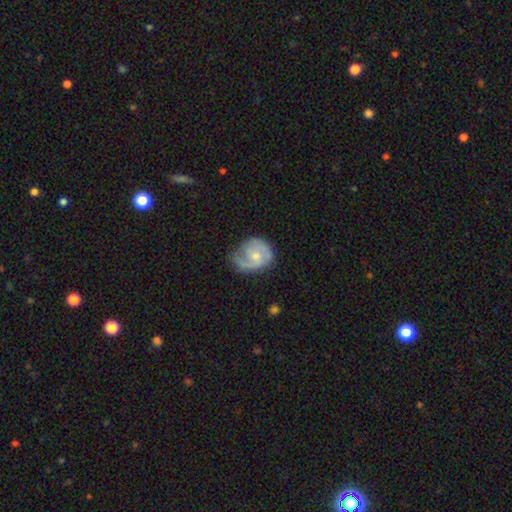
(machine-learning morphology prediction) Smooth or featured: featured or disk — 70% (smooth — 25%)
Edge-on disk: no — 98% (yes — 2%)
Bar: no — 68% (weak — 28%)
Spiral arms: yes — 90% (no — 10%)
Spiral winding: medium — 43% (tight — 36%)
Spiral arm count: 2 — 53% (1 — 28%)
Bulge size: small — 47% (moderate — 46%)
Merging: none — 55% (minor disturbance — 28%)